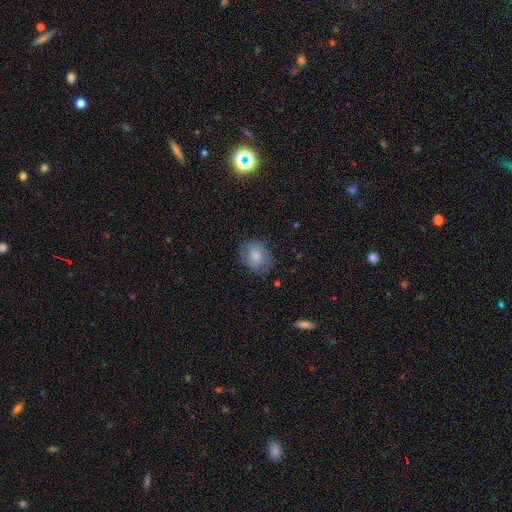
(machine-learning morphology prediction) smooth 69%, featured or disk 23%, star or artifact 8%. Down the decision tree: how rounded — round (50%); merging — none (73%).